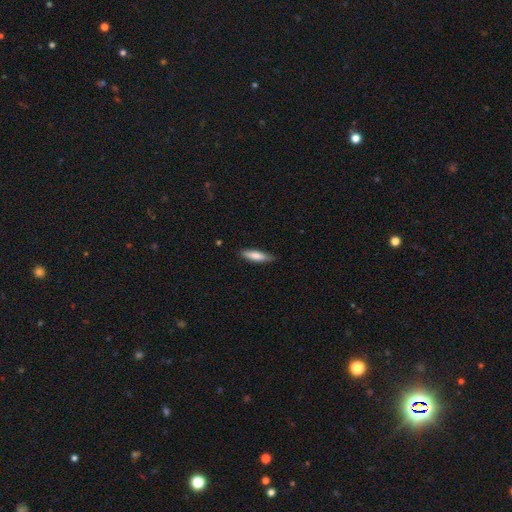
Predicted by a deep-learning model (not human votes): Smooth or featured: smooth — 77% (featured or disk — 17%)
How rounded: cigar-shaped — 66% (in between — 33%)
Merging: none — 83% (minor disturbance — 14%)